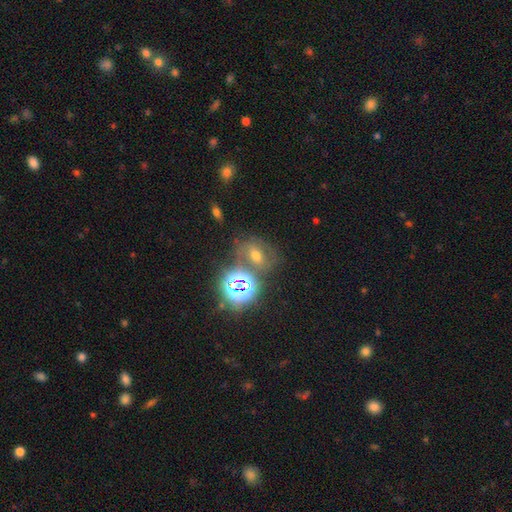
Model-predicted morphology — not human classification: Smooth or featured? Predicted: star or artifact (p=0.38).